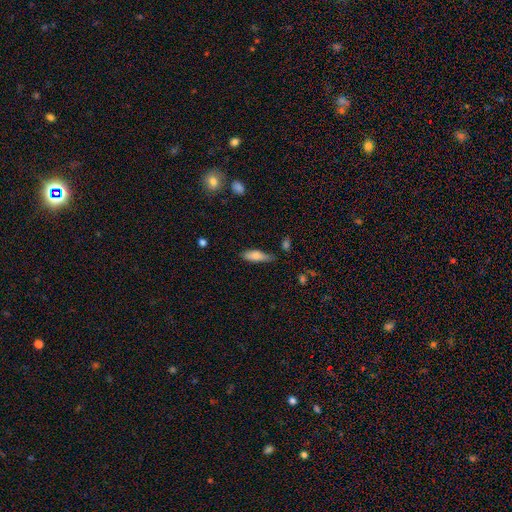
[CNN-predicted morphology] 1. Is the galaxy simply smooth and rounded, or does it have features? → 80% smooth, 13% featured or disk, 7% star or artifact.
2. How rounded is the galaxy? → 52% in between, 46% cigar-shaped, 2% round.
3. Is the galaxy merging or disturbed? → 61% none, 30% minor disturbance, 7% major disturbance, 3% merger.